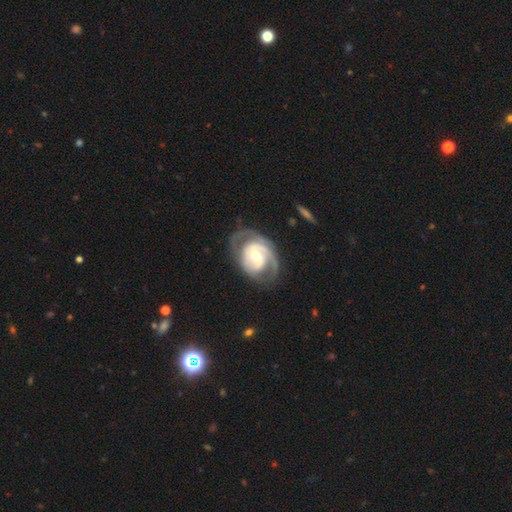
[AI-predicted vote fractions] smooth_or_featured: featured or disk (p=0.83) [alt: smooth p=0.13]
disk_edge_on: no (p=0.97) [alt: yes p=0.03]
bar: no (p=0.42) [alt: weak p=0.41]
has_spiral_arms: yes (p=0.90) [alt: no p=0.10]
spiral_winding: tight (p=0.44) [alt: medium p=0.41]
spiral_arm_count: 2 (p=0.60) [alt: can't tell p=0.17]
bulge_size: moderate (p=0.61) [alt: small p=0.29]
merging: none (p=0.61) [alt: minor disturbance p=0.21]